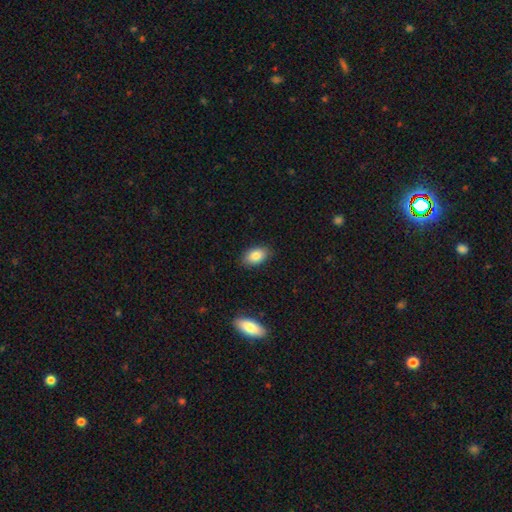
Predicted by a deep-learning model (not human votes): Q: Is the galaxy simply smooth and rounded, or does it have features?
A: smooth — 84%.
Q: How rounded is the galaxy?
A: in between — 92%.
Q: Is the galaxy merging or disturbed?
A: none — 87%.